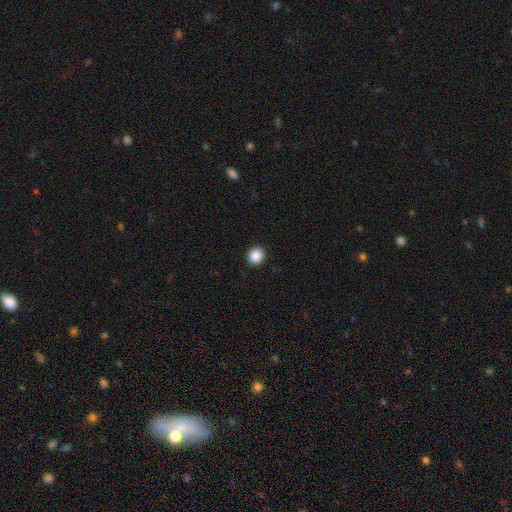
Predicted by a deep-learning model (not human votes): This is clearly a smooth galaxy (88%). How rounded: clearly round (89%). Merging: clearly none (93%).